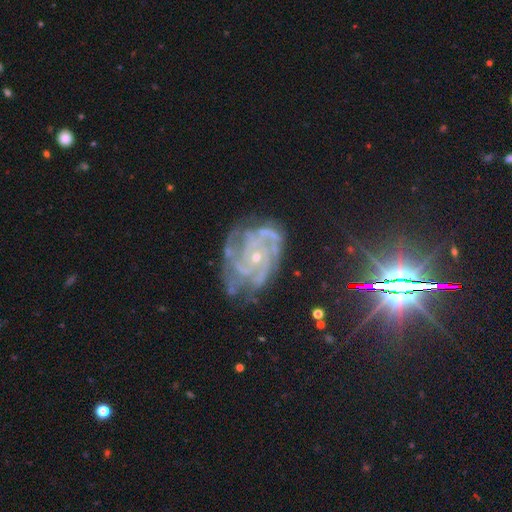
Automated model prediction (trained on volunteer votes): featured or disk 84%, star or artifact 11%, smooth 5%. Down the decision tree: edge-on disk — no (97%); bar — no (75%); spiral arms — yes (96%); spiral arm count — 3 (26%); spiral winding — tight (61%); bulge size — small (81%); merging — none (63%).